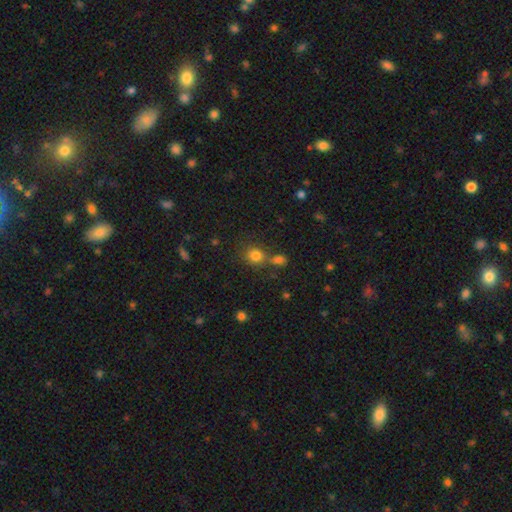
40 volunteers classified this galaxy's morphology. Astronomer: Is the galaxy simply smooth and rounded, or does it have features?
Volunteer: smooth — 90%.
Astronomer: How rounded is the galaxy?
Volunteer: round — 67%.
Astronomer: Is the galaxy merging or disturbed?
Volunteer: merger — 45% (runner-up: none, 42%).